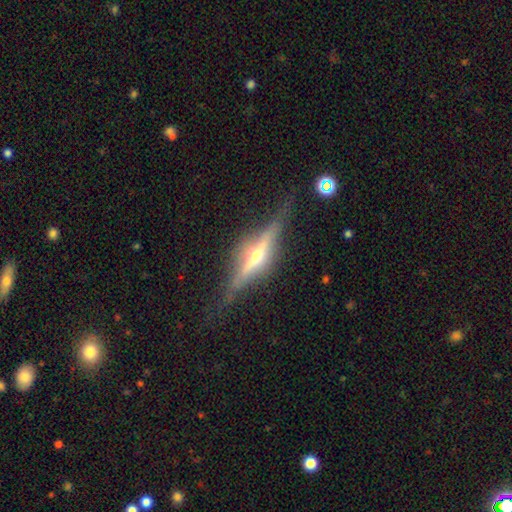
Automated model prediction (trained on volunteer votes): Smooth or featured?
  - featured or disk: 81% *
  - smooth: 12%
  - star or artifact: 7%
Edge-on disk?
  - yes: 95% *
  - no: 5%
Edge-on bulge?
  - rounded: 88% *
  - boxy: 7%
  - none: 4%
Merging?
  - none: 80% *
  - minor disturbance: 13%
  - major disturbance: 5%
  - merger: 2%